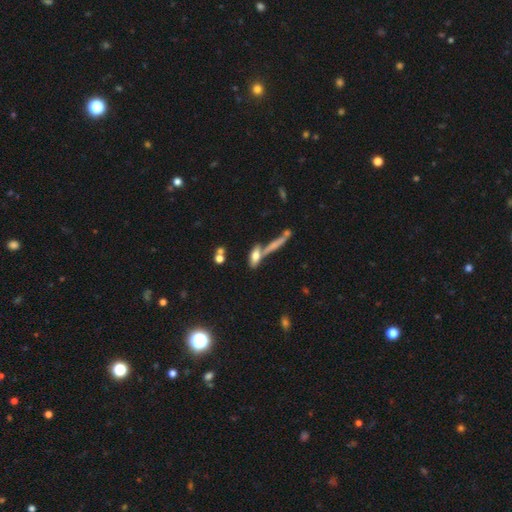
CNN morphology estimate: The model was most divided on "how rounded": in between: 56%, cigar-shaped: 39%, round: 5%. More confident: smooth or featured — smooth (62%); merging — none (51%).